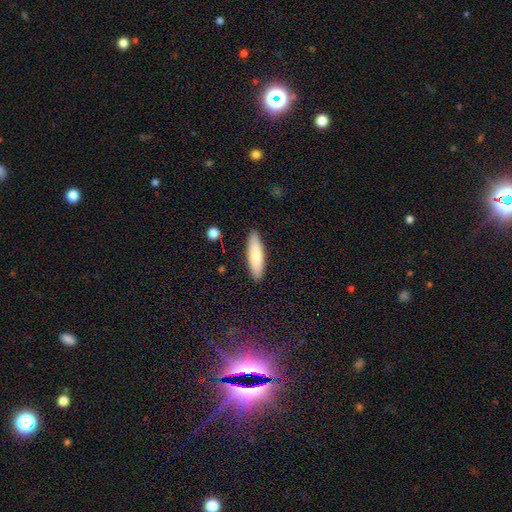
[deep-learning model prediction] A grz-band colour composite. It shows a smooth galaxy with no disk features (81%) that is cigar-shaped (67%). Merging: none (89%).